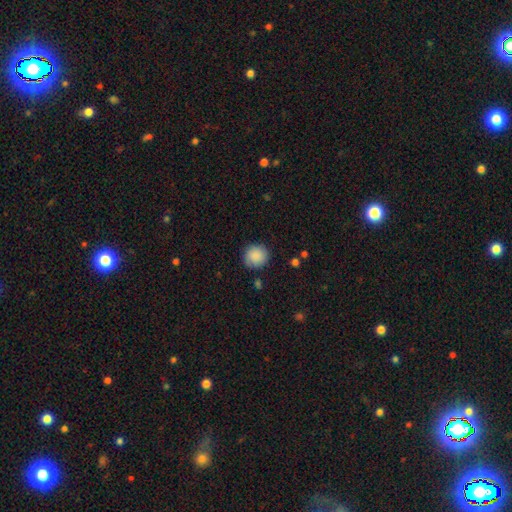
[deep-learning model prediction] This is clearly a smooth galaxy (88%). How rounded: clearly round (91%). Merging: clearly none (85%).